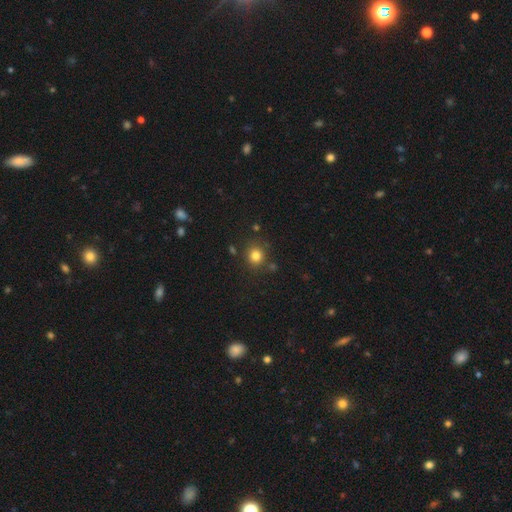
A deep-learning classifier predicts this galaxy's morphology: This appears to be a smooth galaxy with no disk features (81%) that is round (85%). Merging: none (81%).